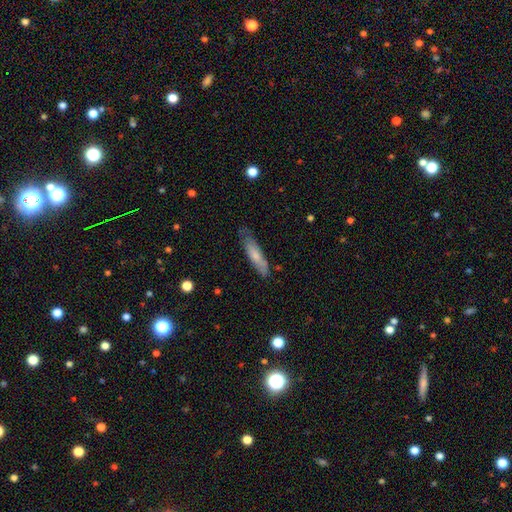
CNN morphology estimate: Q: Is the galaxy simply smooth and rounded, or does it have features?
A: smooth — 68%.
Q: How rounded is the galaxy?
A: cigar-shaped — 72%.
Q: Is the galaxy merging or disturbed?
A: none — 69%.